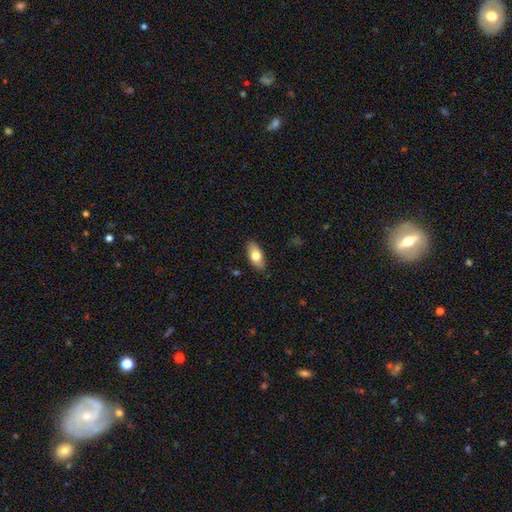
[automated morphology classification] Smooth or featured: smooth — 76% (featured or disk — 18%)
How rounded: in between — 89% (cigar-shaped — 8%)
Merging: none — 87% (minor disturbance — 10%)